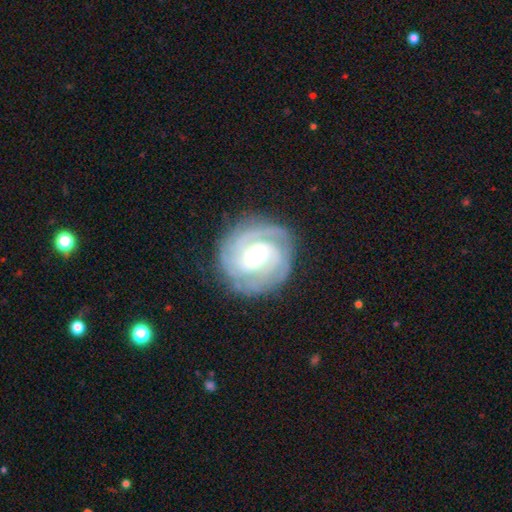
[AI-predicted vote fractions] This appears to be a featured or disk galaxy (86%) with a weak bar (43%), 3 (32%) tight (69%) spiral arms (96%) and a moderate central bulge (68%). Merging: none (81%).